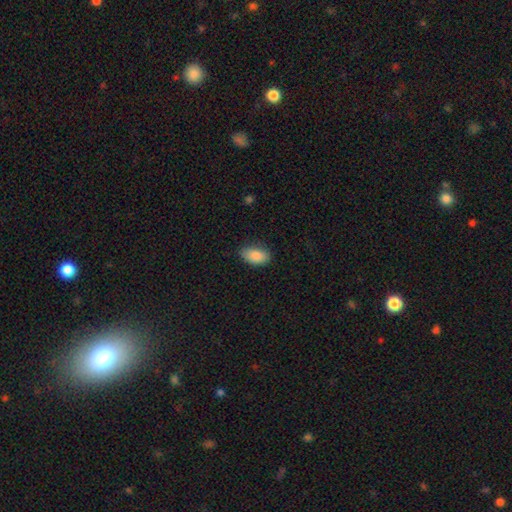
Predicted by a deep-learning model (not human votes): Q: Smooth or featured?
A: smooth (88%); runner-up: star or artifact (7%)
Q: How rounded?
A: in between (92%); runner-up: round (6%)
Q: Merging?
A: none (82%); runner-up: minor disturbance (14%)